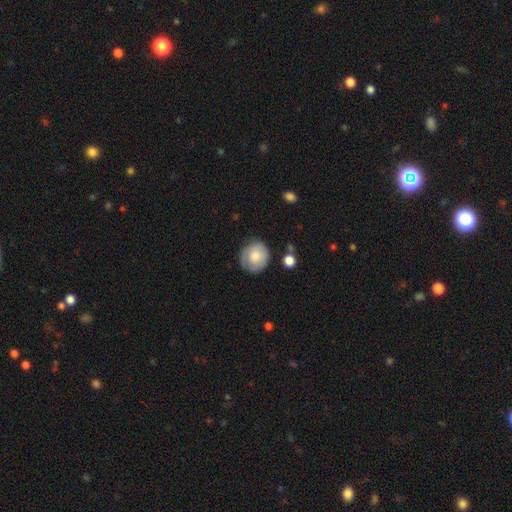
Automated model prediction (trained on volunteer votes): smooth_or_featured: smooth (p=0.62) [alt: featured or disk p=0.31]
how_rounded: round (p=0.81) [alt: in between p=0.18]
merging: none (p=0.71) [alt: minor disturbance p=0.20]